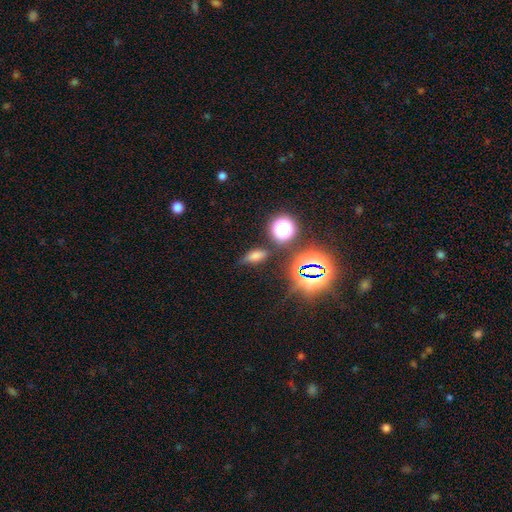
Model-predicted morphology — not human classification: A smooth galaxy with no disk features (61%) that is in between round and cigar-shaped (73%). Merging: none (71%).